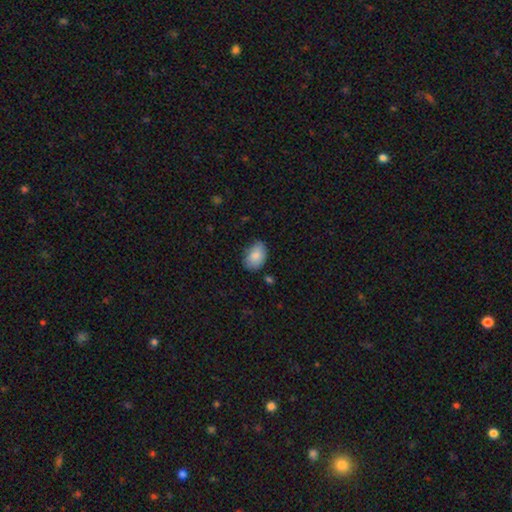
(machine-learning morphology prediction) smooth 85%, featured or disk 8%, star or artifact 7%. Down the decision tree: how rounded — in between (84%); merging — none (70%).